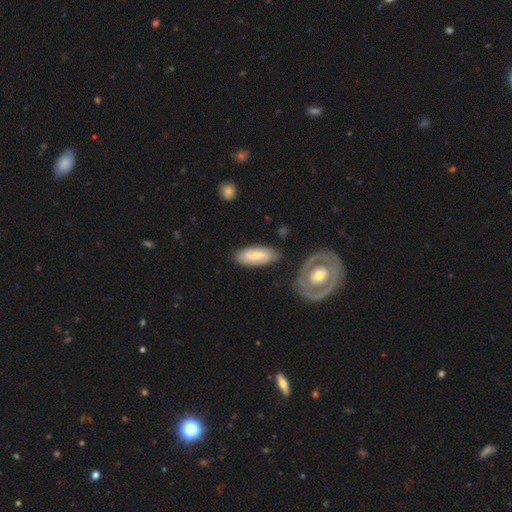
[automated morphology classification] Smooth or featured? Predicted: featured or disk (p=0.54). Edge-on disk? Predicted: no (p=0.90). Merging? Predicted: none (p=0.79).